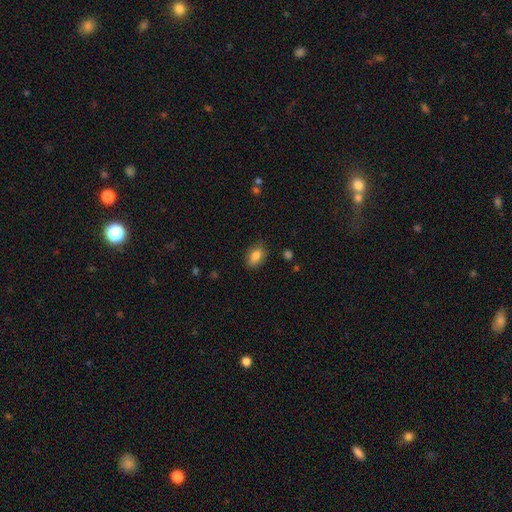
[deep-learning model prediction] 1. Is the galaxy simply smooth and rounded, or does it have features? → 82% smooth, 10% featured or disk, 8% star or artifact.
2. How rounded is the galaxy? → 85% in between, 12% round, 3% cigar-shaped.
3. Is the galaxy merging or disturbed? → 81% none, 15% minor disturbance, 3% major disturbance, 1% merger.